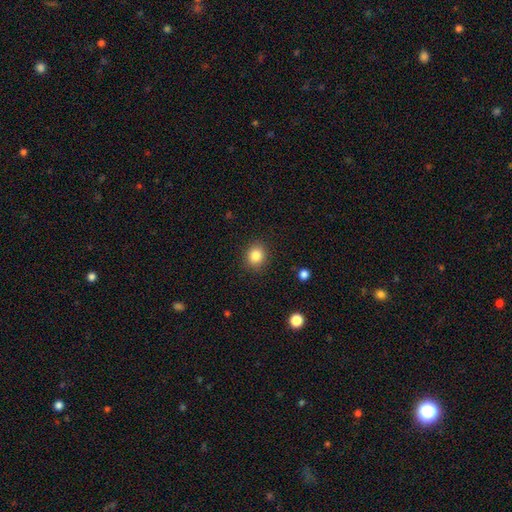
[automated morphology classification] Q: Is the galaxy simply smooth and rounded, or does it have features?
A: smooth — 84%.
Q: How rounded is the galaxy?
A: round — 76%.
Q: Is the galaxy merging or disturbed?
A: none — 89%.